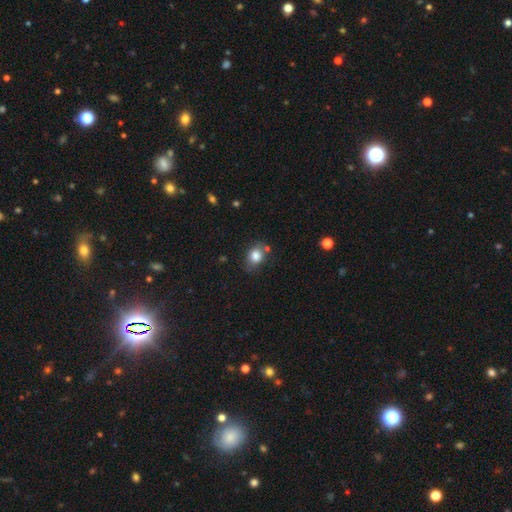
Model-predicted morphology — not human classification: This appears to be a smooth galaxy with no disk features (82%) that is in between round and cigar-shaped (58%). Merging: none (68%).